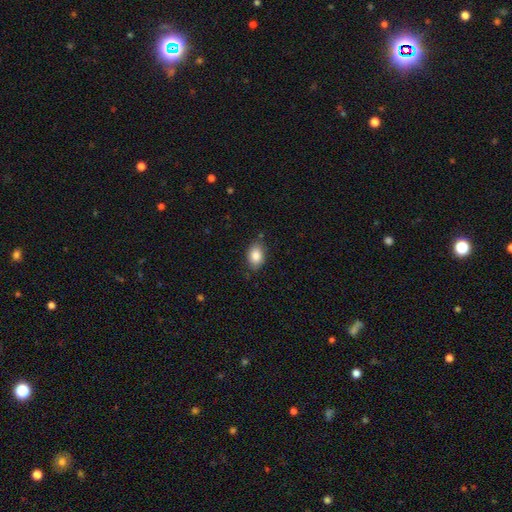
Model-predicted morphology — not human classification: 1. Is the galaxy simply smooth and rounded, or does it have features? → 86% smooth, 7% star or artifact, 7% featured or disk.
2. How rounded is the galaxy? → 84% in between, 14% round, 1% cigar-shaped.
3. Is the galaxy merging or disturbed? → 80% none, 15% minor disturbance, 3% major disturbance, 2% merger.